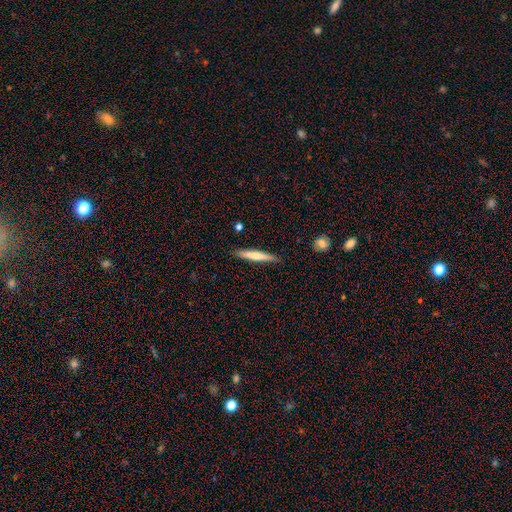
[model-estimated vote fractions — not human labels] A smooth galaxy with no disk features (65%) that is cigar-shaped (94%).

Vote fractions:
- Smooth or featured? smooth: 65% / featured or disk: 29% / star or artifact: 6%
- How rounded? cigar-shaped: 94% / in between: 5% / round: 1%
- Merging? none: 88% / minor disturbance: 9% / major disturbance: 2% / merger: 1%